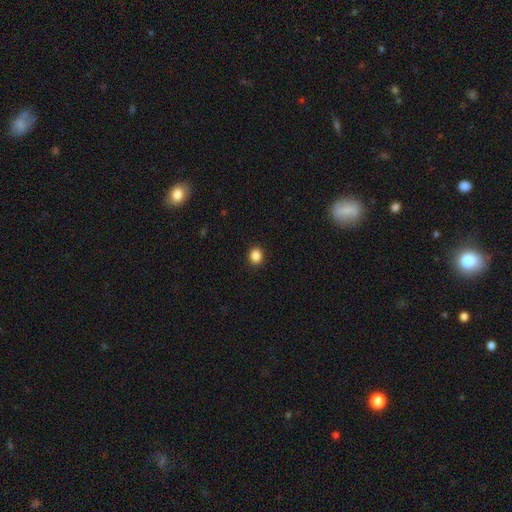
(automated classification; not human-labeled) Smooth or featured?
  - smooth: 87% *
  - star or artifact: 10%
  - featured or disk: 3%
How rounded?
  - round: 77% *
  - in between: 23%
  - cigar-shaped: 1%
Merging?
  - none: 92% *
  - minor disturbance: 5%
  - major disturbance: 2%
  - merger: 1%